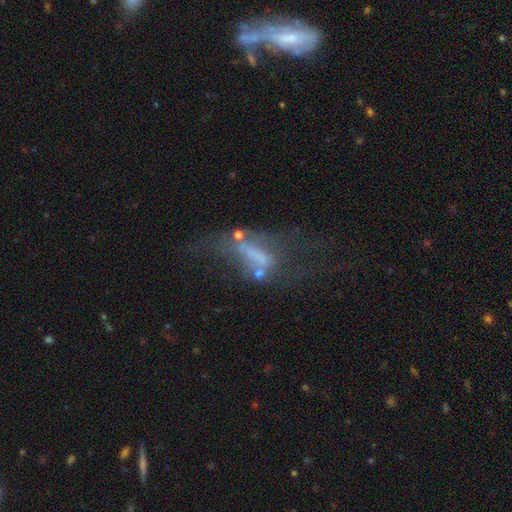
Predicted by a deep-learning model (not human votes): The model was most divided on "merging": major disturbance: 43%, none: 23%, merger: 19%, minor disturbance: 15%. More confident: edge-on disk — no (86%); smooth or featured — featured or disk (52%).